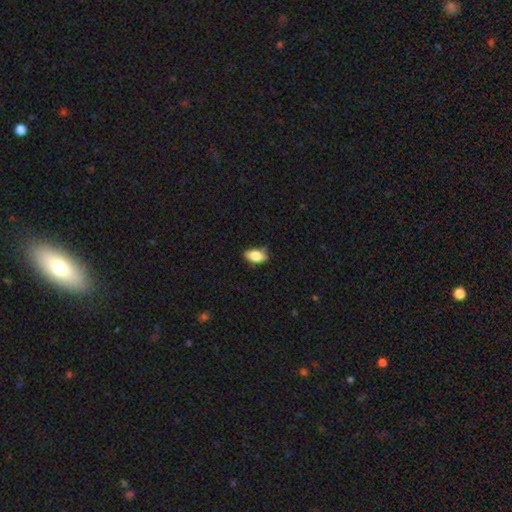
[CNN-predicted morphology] Smooth or featured? Predicted: smooth (p=0.82). How rounded? Predicted: in between (p=0.90). Merging? Predicted: none (p=0.73).